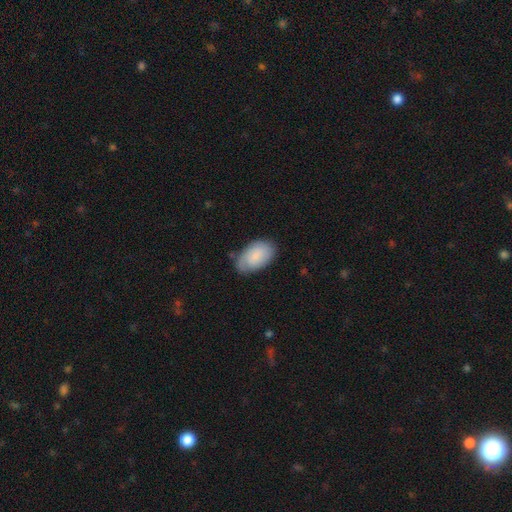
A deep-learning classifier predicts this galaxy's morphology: smooth_or_featured: smooth (p=0.81) [alt: featured or disk p=0.13]
how_rounded: in between (p=0.95) [alt: round p=0.04]
merging: none (p=0.71) [alt: minor disturbance p=0.23]